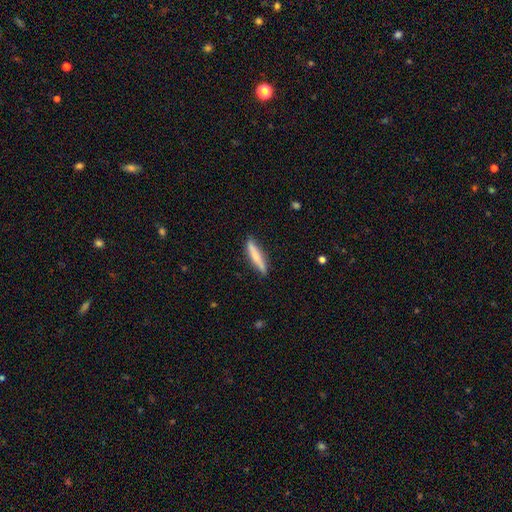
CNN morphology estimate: A smooth galaxy with no disk features (62%) that is cigar-shaped (89%).

Vote fractions:
- Smooth or featured? smooth: 62% / featured or disk: 32% / star or artifact: 6%
- How rounded? cigar-shaped: 89% / in between: 10% / round: 2%
- Merging? none: 86% / minor disturbance: 11% / major disturbance: 2% / merger: 1%